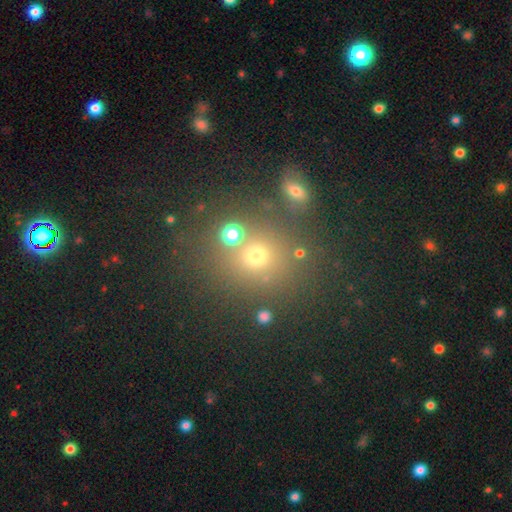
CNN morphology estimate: A smooth galaxy with no disk features (58%) that is round (79%).

Vote fractions:
- Smooth or featured? smooth: 58% / star or artifact: 30% / featured or disk: 12%
- How rounded? round: 79% / in between: 20% / cigar-shaped: 1%
- Merging? none: 66% / merger: 19% / minor disturbance: 10% / major disturbance: 5%